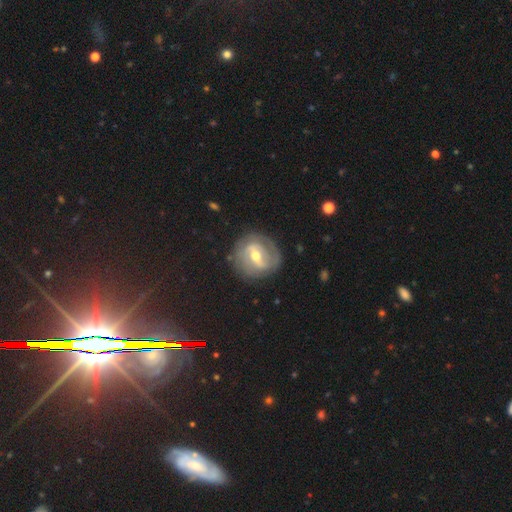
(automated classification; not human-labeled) This appears to be a featured or disk galaxy (78%) with a weak bar (45%), 2 (66%) tight (48%) spiral arms (83%) and a moderate central bulge (71%). Merging: none (78%).